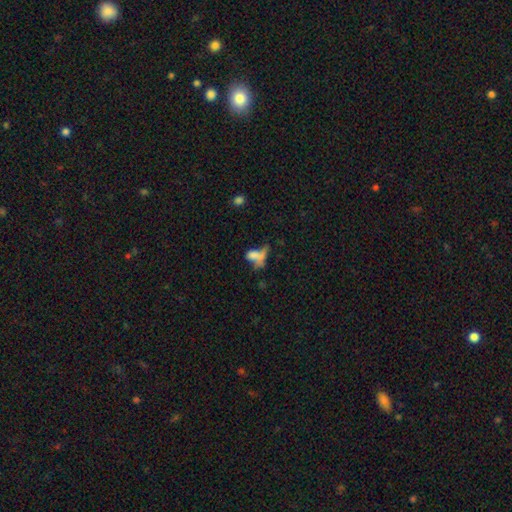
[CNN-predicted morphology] smooth-or-featured: smooth: 60% | featured or disk: 24% | star or artifact: 16%
  how-rounded: in between: 72% | cigar-shaped: 14% | round: 14%
  merging: merger: 44% | major disturbance: 22% | none: 21% | minor disturbance: 13%